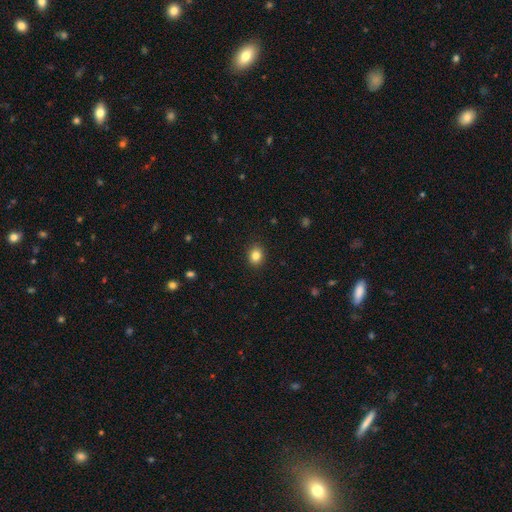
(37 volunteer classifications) smooth 86%, featured or disk 8%, star or artifact 5%. Down the decision tree: how rounded — round (78%); merging — none (89%).